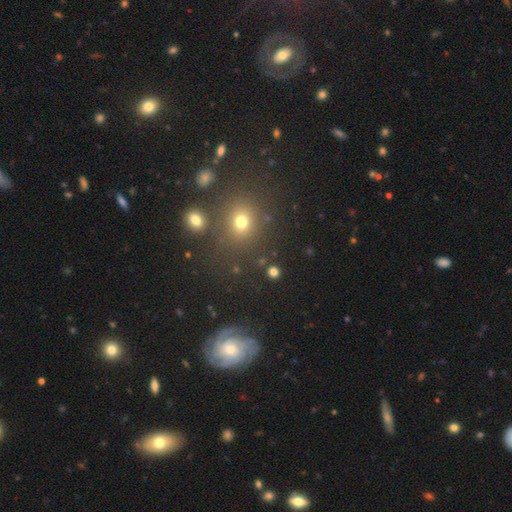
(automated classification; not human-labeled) A smooth galaxy with no disk features (48%).

Vote fractions:
- Smooth or featured? smooth: 48% / star or artifact: 40% / featured or disk: 12%
- Merging? none: 80% / minor disturbance: 9% / merger: 6% / major disturbance: 4%